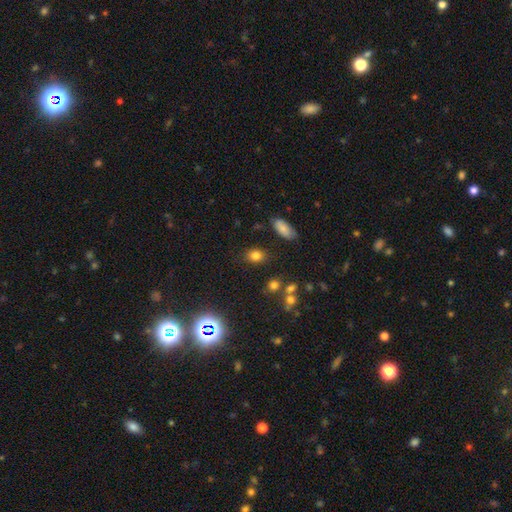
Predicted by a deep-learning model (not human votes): A smooth galaxy with no disk features (80%) that is in between round and cigar-shaped (59%). Merging: none (80%).